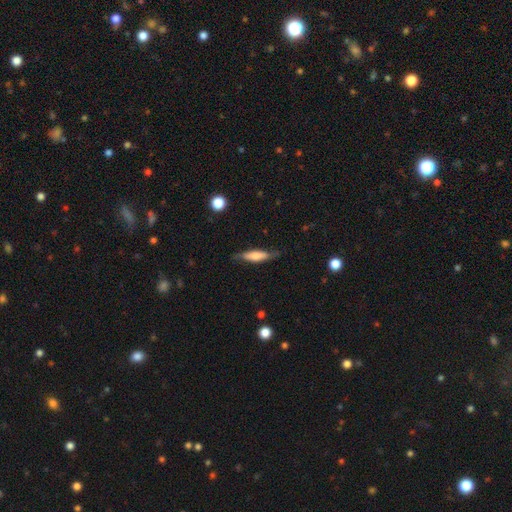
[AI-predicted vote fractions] This is possibly a smooth galaxy (52%). How rounded: likely cigar-shaped (70%). Merging: likely none (77%).